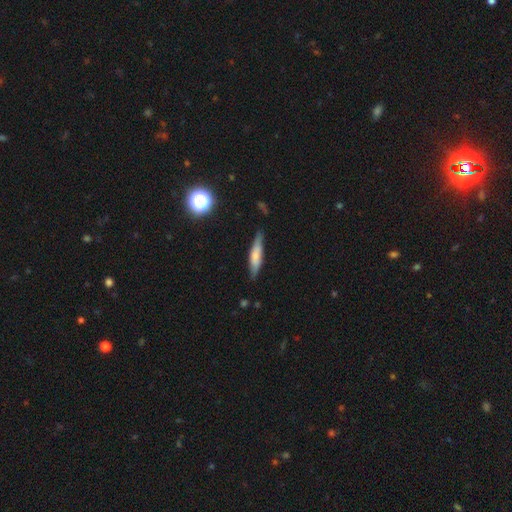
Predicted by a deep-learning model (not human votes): Morphology: type=smooth (61%); roundness=cigar-shaped (77%); merging=none (79%).